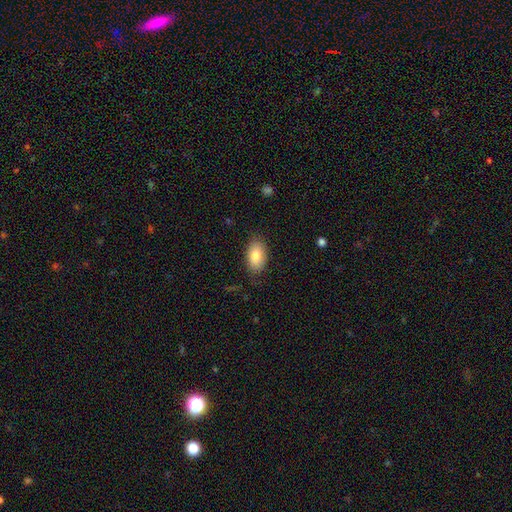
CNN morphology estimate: This appears to be a smooth galaxy with no disk features (83%) that is in between round and cigar-shaped (92%). Merging: none (82%).